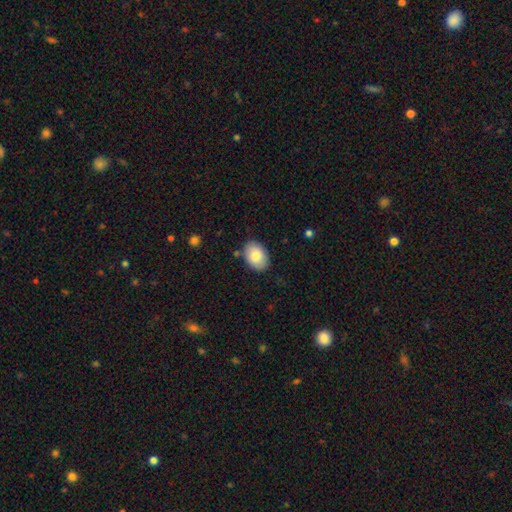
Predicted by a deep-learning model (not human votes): Smooth or featured: smooth — 82% (featured or disk — 11%)
How rounded: in between — 84% (round — 15%)
Merging: none — 85% (minor disturbance — 11%)